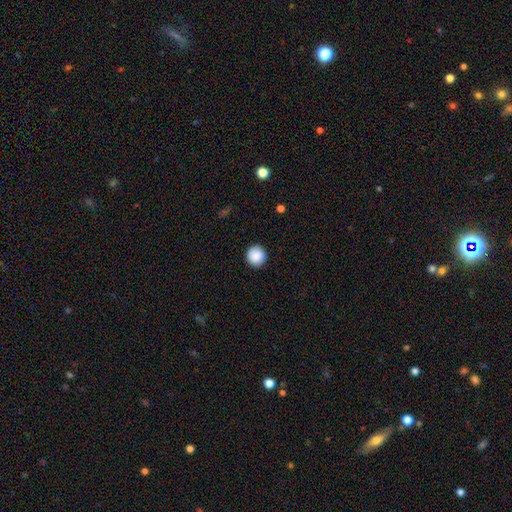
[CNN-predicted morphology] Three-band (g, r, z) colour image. It shows a smooth galaxy with no disk features (89%) that is round (95%). Merging: none (91%).